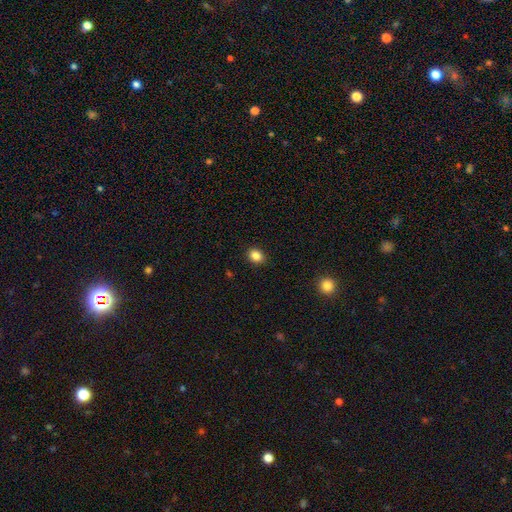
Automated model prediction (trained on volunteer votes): This is clearly a smooth galaxy (86%). How rounded: possibly round (53%). Merging: clearly none (90%).